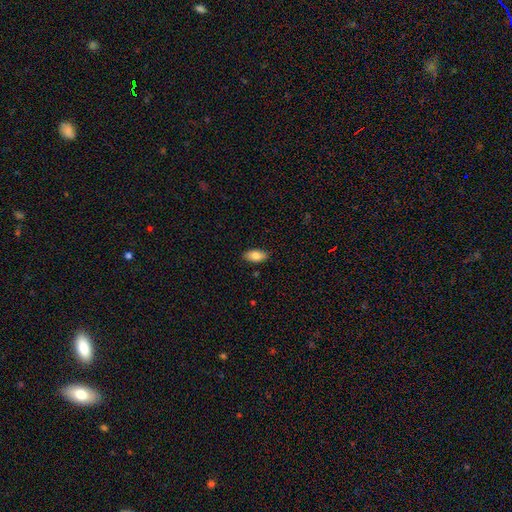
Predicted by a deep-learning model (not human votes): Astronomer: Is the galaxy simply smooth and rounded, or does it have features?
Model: smooth — 84%.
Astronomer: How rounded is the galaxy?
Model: in between — 92%.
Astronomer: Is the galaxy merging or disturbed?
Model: none — 86%.